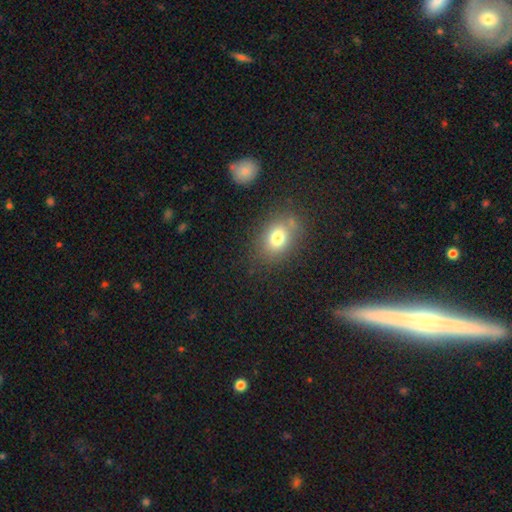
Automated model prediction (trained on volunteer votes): Smooth or featured: smooth — 64% (featured or disk — 18%)
How rounded: in between — 54% (round — 38%)
Merging: none — 83% (minor disturbance — 10%)